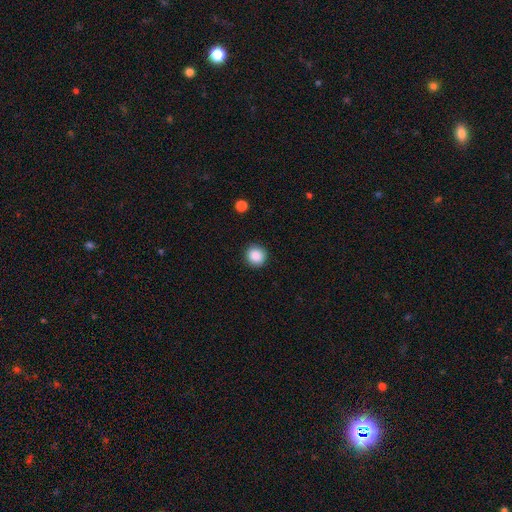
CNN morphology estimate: A smooth galaxy with no disk features (88%) that is round (94%).

Vote fractions:
- Smooth or featured? smooth: 88% / star or artifact: 9% / featured or disk: 3%
- How rounded? round: 94% / in between: 5% / cigar-shaped: 1%
- Merging? none: 91% / minor disturbance: 6% / major disturbance: 2% / merger: 1%